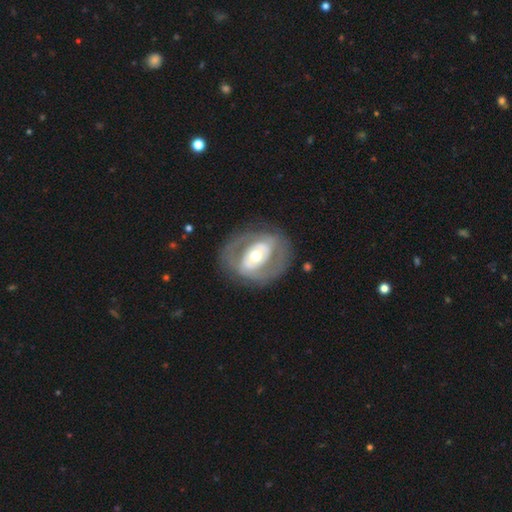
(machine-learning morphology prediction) featured or disk 72%, smooth 23%, star or artifact 5%. Down the decision tree: edge-on disk — no (95%); bar — no (50%); spiral arms — no (55%); bulge size — moderate (68%); merging — none (74%).